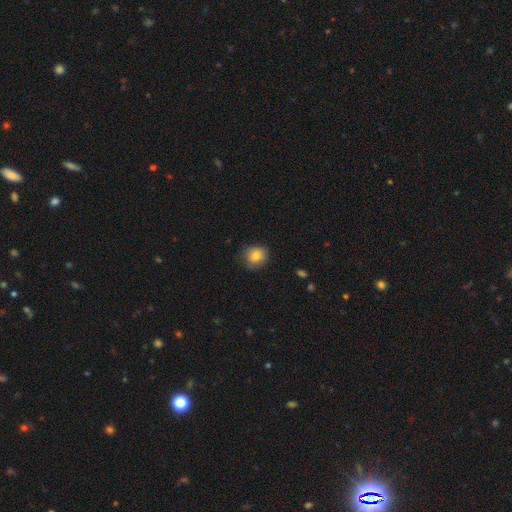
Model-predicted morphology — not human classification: smooth 81%, featured or disk 9%, star or artifact 9%. Down the decision tree: how rounded — round (82%); merging — none (77%).